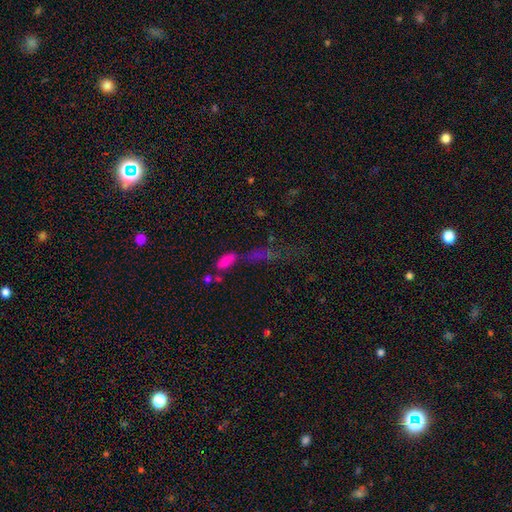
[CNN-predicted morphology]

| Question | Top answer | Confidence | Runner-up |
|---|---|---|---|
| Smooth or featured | star or artifact | 52% | smooth (27%) |